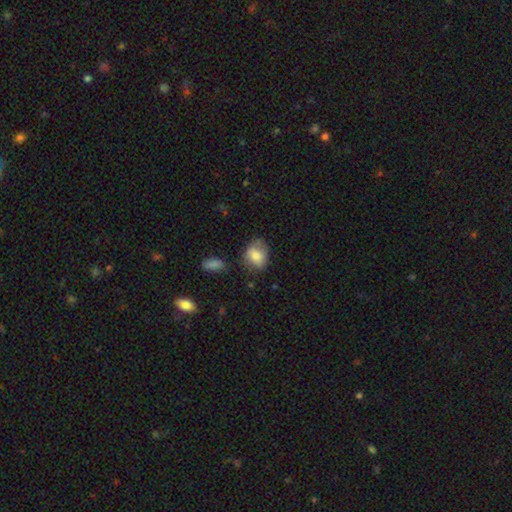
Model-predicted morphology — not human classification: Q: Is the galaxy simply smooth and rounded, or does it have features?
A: smooth — 74%.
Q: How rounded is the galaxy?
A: in between — 57%.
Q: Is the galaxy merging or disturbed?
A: none — 60%.